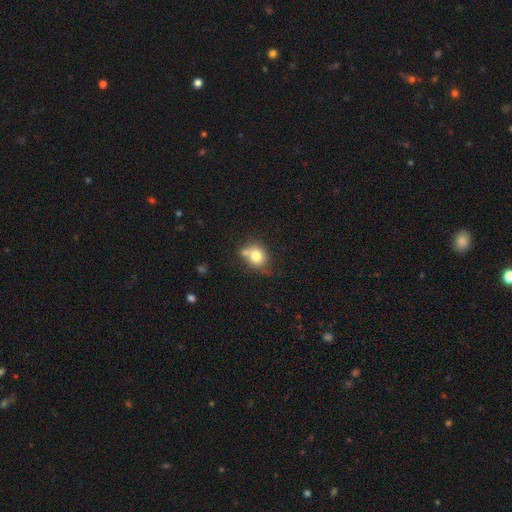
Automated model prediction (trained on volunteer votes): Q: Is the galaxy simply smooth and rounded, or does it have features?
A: smooth — 76%.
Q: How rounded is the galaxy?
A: round — 69%.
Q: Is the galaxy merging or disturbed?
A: none — 49%.